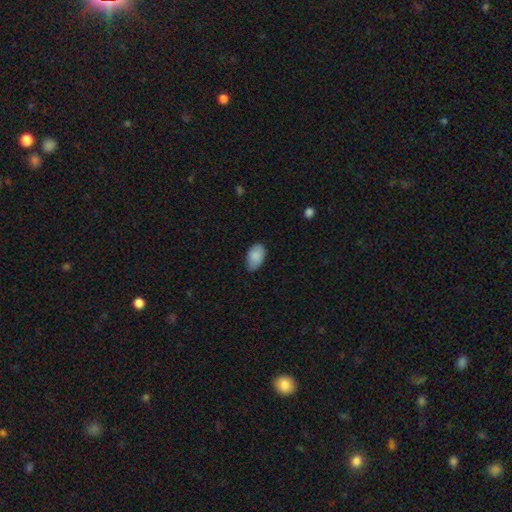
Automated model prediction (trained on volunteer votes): Smooth or featured?
  - smooth: 87% *
  - star or artifact: 7%
  - featured or disk: 6%
How rounded?
  - in between: 92% *
  - round: 6%
  - cigar-shaped: 1%
Merging?
  - none: 74% *
  - minor disturbance: 22%
  - major disturbance: 3%
  - merger: 1%